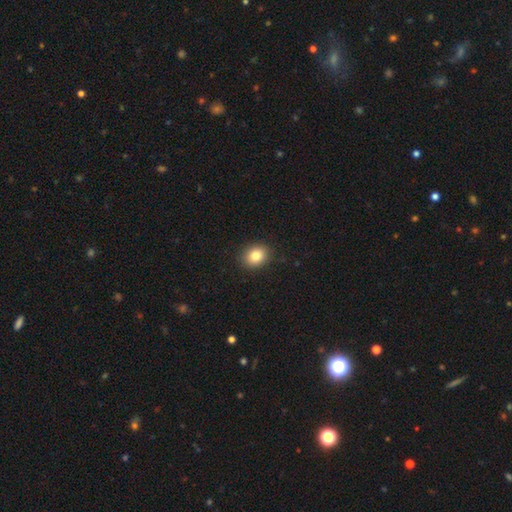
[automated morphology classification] Smooth or featured: smooth — 82% (star or artifact — 10%)
How rounded: round — 55% (in between — 44%)
Merging: none — 90% (minor disturbance — 7%)